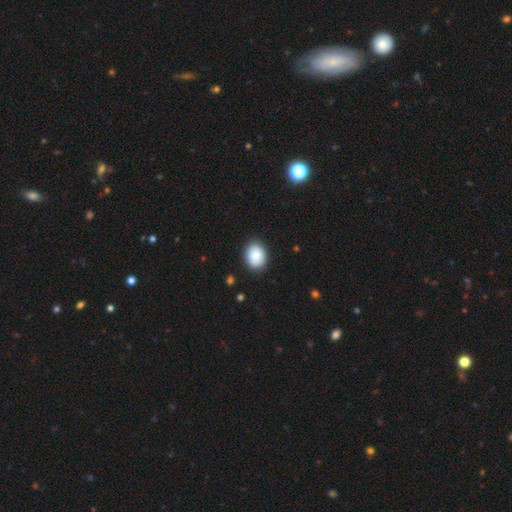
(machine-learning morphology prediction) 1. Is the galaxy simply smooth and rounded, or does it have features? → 88% smooth, 7% star or artifact, 5% featured or disk.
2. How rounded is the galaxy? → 59% in between, 40% round, 1% cigar-shaped.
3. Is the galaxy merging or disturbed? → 89% none, 8% minor disturbance, 2% major disturbance, 1% merger.